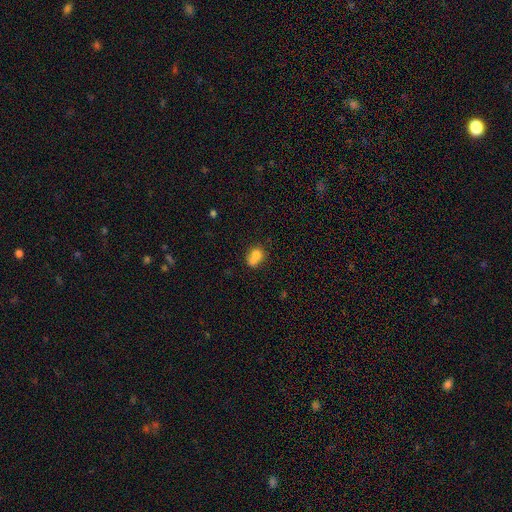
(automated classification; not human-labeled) The model was most divided on "how rounded": in between: 53%, round: 46%, cigar-shaped: 1%. Remaining: smooth or featured — smooth (74%); merging — merger (49%).